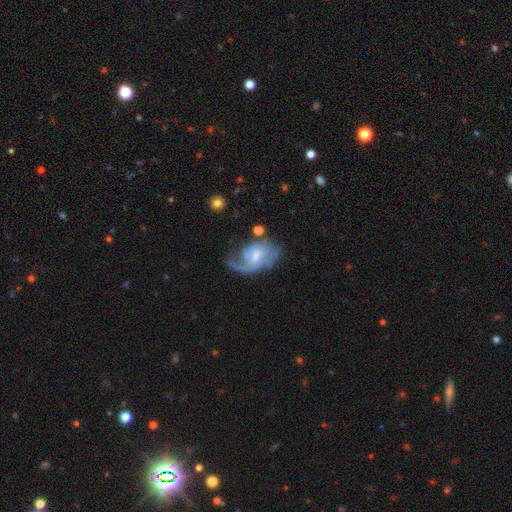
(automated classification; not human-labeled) smooth_or_featured: featured or disk (p=0.74) [alt: smooth p=0.20]
disk_edge_on: no (p=0.96) [alt: yes p=0.04]
bar: no (p=0.56) [alt: weak p=0.38]
has_spiral_arms: yes (p=0.81) [alt: no p=0.19]
spiral_winding: medium (p=0.39) [alt: loose p=0.34]
spiral_arm_count: 1 (p=0.40) [alt: 2 p=0.27]
bulge_size: moderate (p=0.47) [alt: small p=0.42]
merging: none (p=0.36) [alt: major disturbance p=0.33]